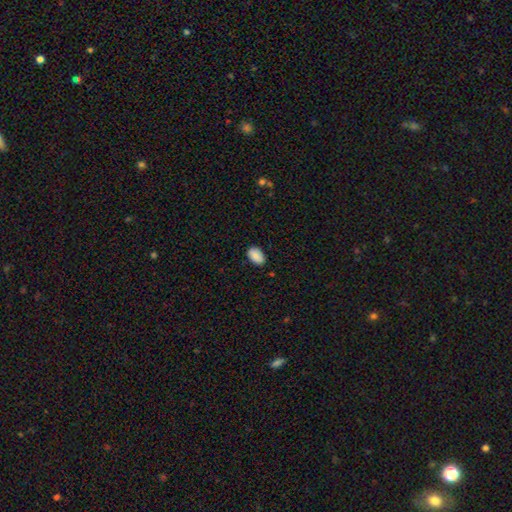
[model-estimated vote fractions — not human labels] Morphology: type=smooth (87%); roundness=in between (91%); merging=none (84%).